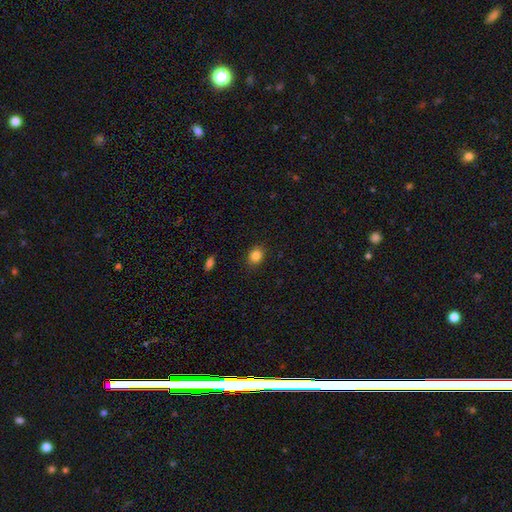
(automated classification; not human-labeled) The model was most divided on "how rounded": round: 52%, in between: 47%, cigar-shaped: 1%. More confident: merging — none (87%); smooth or featured — smooth (84%).